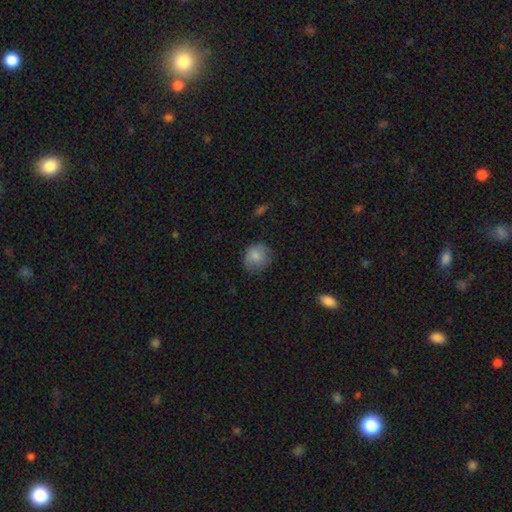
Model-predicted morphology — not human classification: smooth-or-featured: smooth: 80% | featured or disk: 12% | star or artifact: 8%
  how-rounded: round: 77% | in between: 22% | cigar-shaped: 1%
  merging: none: 68% | minor disturbance: 25% | major disturbance: 6% | merger: 1%